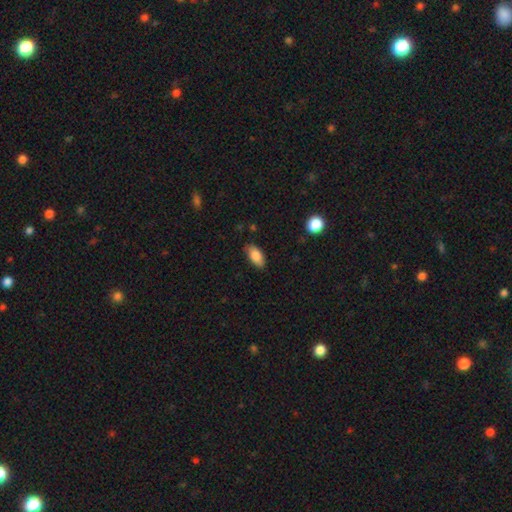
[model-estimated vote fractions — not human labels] A smooth galaxy with no disk features (84%) that is in between round and cigar-shaped (92%).

Vote fractions:
- Smooth or featured? smooth: 84% / featured or disk: 9% / star or artifact: 7%
- How rounded? in between: 92% / cigar-shaped: 5% / round: 3%
- Merging? none: 81% / minor disturbance: 15% / major disturbance: 3% / merger: 1%